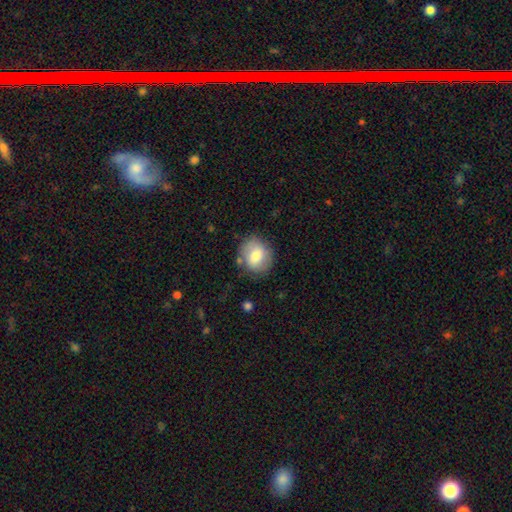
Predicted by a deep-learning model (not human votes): This appears to be a smooth galaxy with no disk features (73%) that is round (72%). Merging: none (76%).